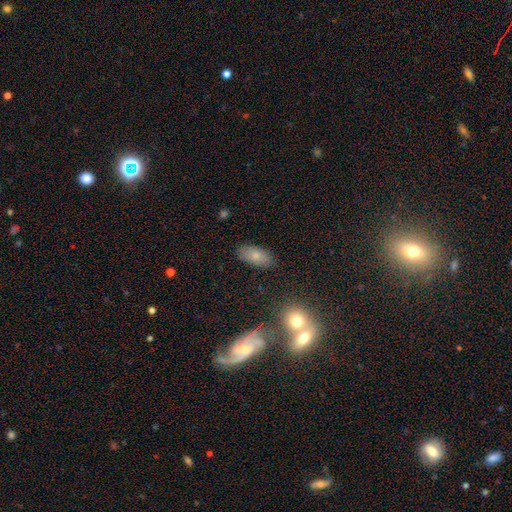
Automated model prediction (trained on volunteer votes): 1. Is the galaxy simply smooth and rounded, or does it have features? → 78% smooth, 12% featured or disk, 10% star or artifact.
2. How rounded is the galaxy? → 92% in between, 4% cigar-shaped, 4% round.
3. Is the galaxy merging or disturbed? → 84% none, 11% minor disturbance, 3% major disturbance, 2% merger.